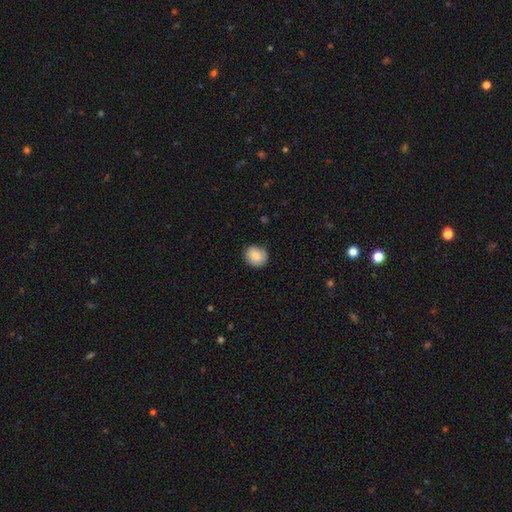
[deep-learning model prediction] This appears to be a smooth galaxy with no disk features (84%) that is round (80%). Merging: none (82%).